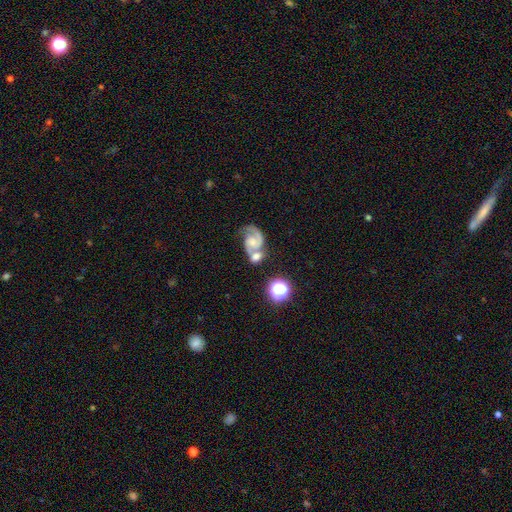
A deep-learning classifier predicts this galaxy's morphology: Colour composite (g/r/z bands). It shows a featured or disk galaxy (79%) with no bar (61%), 2 (81%) medium (53%) spiral arms (95%) and a small central bulge (40%). Merging: merger (48%).